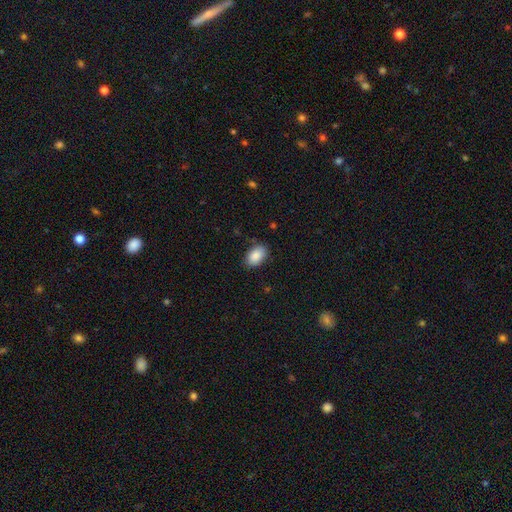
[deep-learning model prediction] Smooth or featured? Predicted: smooth (p=0.89). How rounded? Predicted: in between (p=0.90). Merging? Predicted: none (p=0.82).